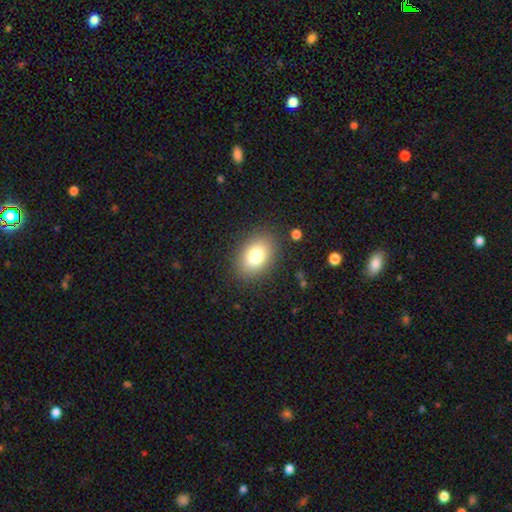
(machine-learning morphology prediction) A smooth galaxy with no disk features (78%) that is in between round and cigar-shaped (72%).

Vote fractions:
- Smooth or featured? smooth: 78% / featured or disk: 11% / star or artifact: 11%
- How rounded? in between: 72% / round: 27% / cigar-shaped: 1%
- Merging? none: 87% / minor disturbance: 9% / major disturbance: 3% / merger: 1%